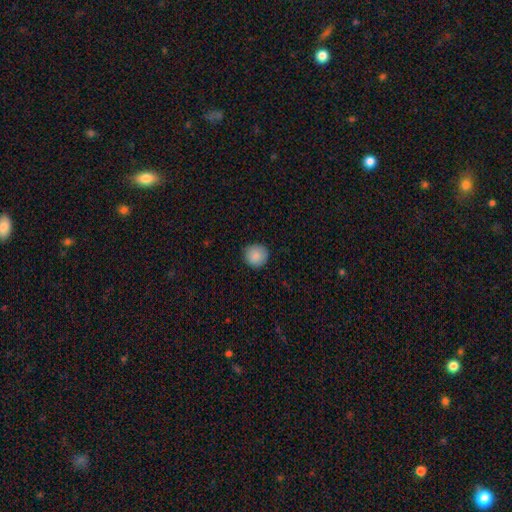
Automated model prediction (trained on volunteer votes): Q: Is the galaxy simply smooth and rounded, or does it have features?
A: smooth — 88%.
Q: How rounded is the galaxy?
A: round — 92%.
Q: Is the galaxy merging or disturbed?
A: none — 89%.